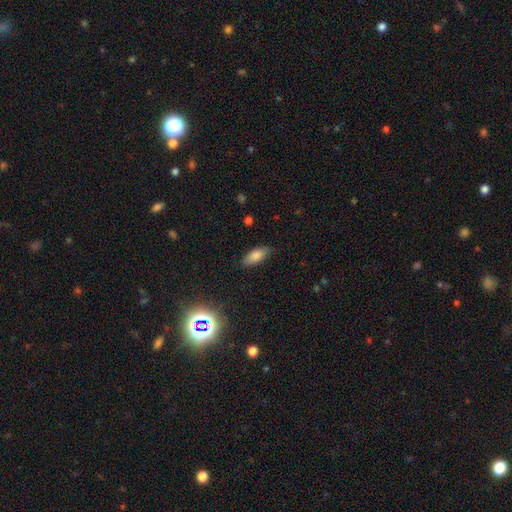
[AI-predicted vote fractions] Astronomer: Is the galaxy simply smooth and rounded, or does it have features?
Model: smooth — 81%.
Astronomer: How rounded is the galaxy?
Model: in between — 82%.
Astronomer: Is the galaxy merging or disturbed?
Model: none — 81%.